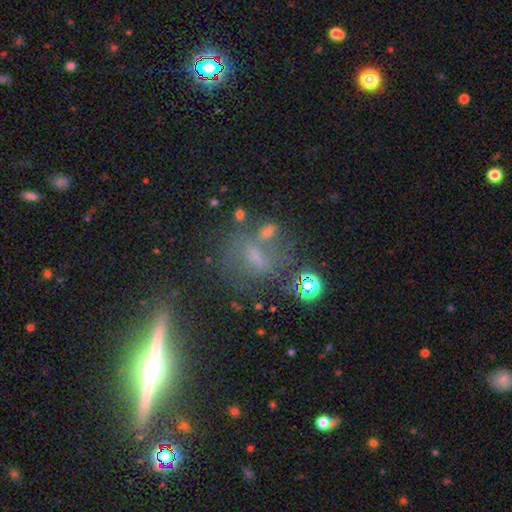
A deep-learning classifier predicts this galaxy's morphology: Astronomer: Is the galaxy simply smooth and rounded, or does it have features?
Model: featured or disk — 46% (runner-up: smooth, 29%).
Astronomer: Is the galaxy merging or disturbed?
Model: none — 60%.